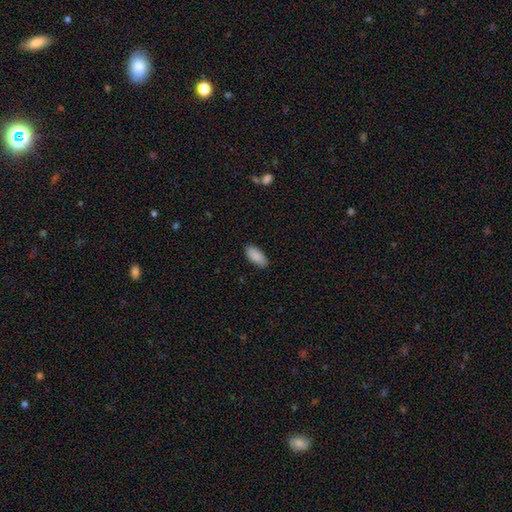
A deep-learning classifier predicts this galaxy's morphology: Overall: smooth (90%). How rounded: in between (90%). Merging: none (87%).